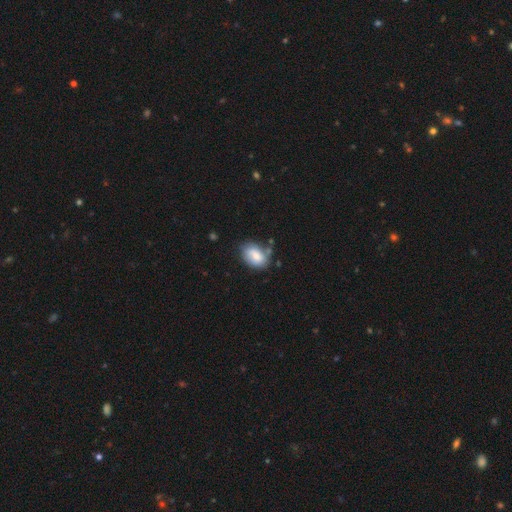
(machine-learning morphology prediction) Smooth or featured?
  - smooth: 76% *
  - featured or disk: 16%
  - star or artifact: 8%
How rounded?
  - in between: 84% *
  - round: 14%
  - cigar-shaped: 1%
Merging?
  - none: 60% *
  - minor disturbance: 26%
  - merger: 8%
  - major disturbance: 6%